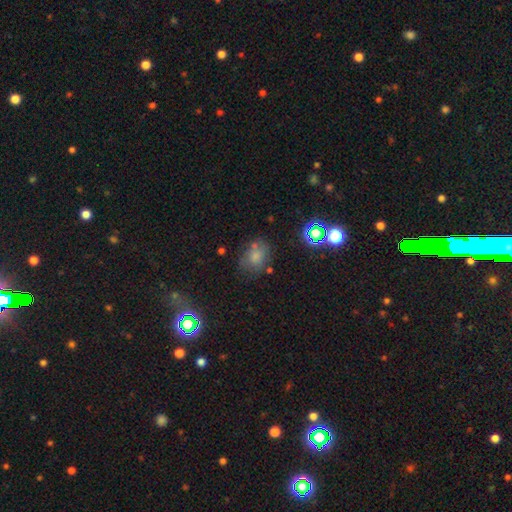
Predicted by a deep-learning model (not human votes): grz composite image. It shows a smooth galaxy with no disk features (66%) that is in between round and cigar-shaped (53%). Merging: none (57%).